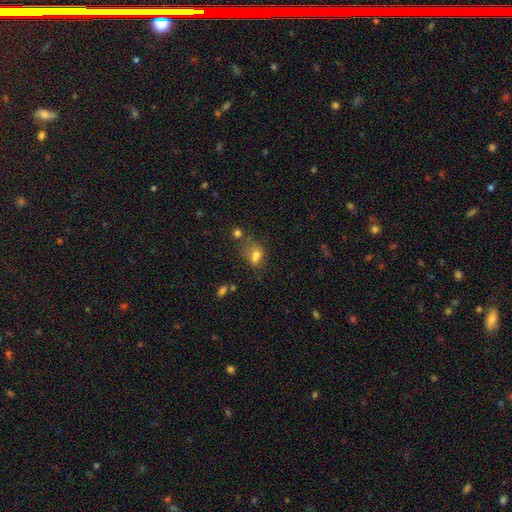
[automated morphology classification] Overall: smooth (71%). How rounded: in between (64%; round 33%). Merging: none (38%; merger 32%).